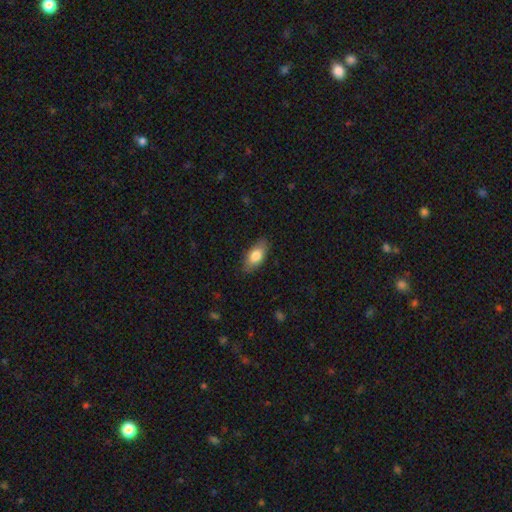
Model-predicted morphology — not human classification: Smooth or featured? Predicted: smooth (p=0.79). How rounded? Predicted: in between (p=0.88). Merging? Predicted: none (p=0.85).